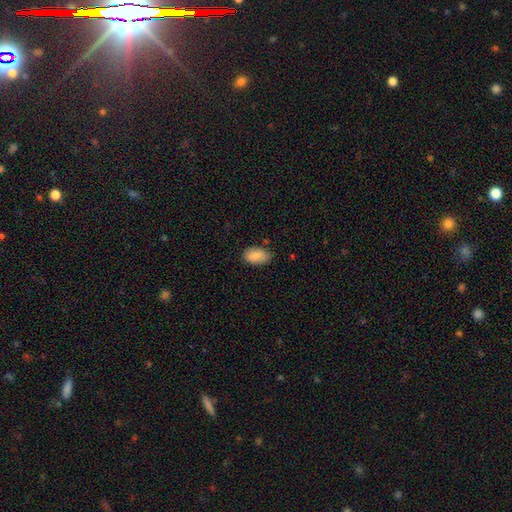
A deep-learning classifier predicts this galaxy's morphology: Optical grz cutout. It shows a smooth galaxy with no disk features (86%) that is in between round and cigar-shaped (92%). Merging: none (70%).